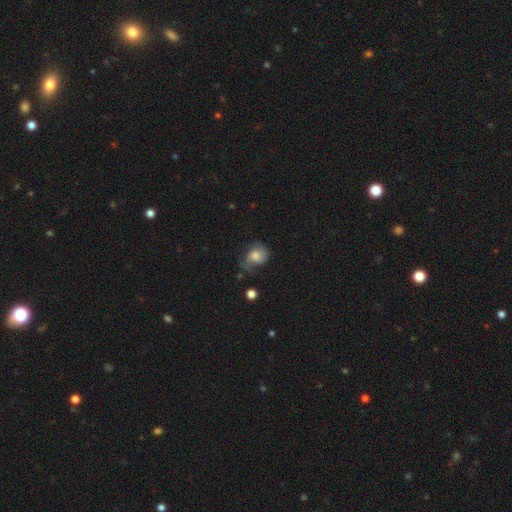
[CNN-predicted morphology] smooth 59%, featured or disk 33%, star or artifact 9%. Down the decision tree: how rounded — in between (50%); merging — none (37%).